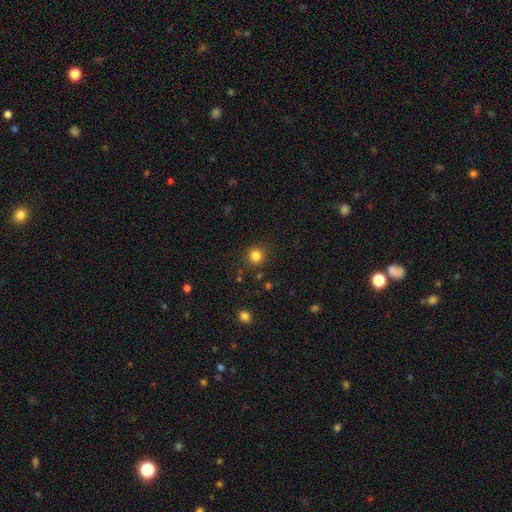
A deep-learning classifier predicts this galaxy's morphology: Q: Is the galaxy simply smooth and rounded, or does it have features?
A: smooth — 82%.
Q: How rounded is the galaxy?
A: round — 90%.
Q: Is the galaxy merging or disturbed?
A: none — 87%.